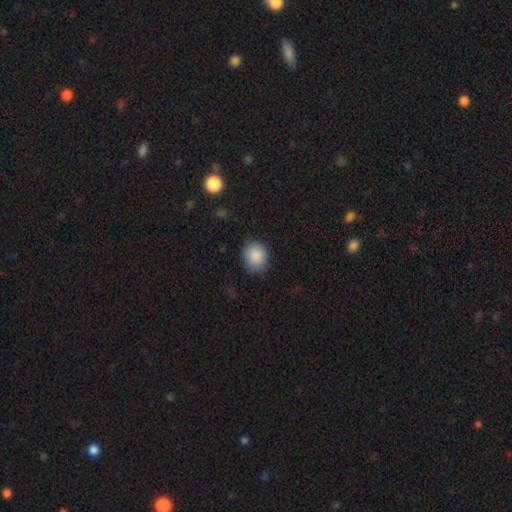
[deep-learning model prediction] Overall: smooth (88%). How rounded: round (66%; in between 33%). Merging: none (82%).